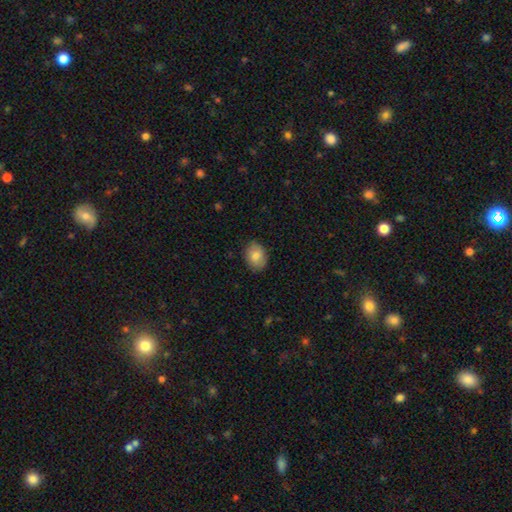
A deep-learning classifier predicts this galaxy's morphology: The model was most divided on "how rounded": in between: 69%, round: 30%, cigar-shaped: 1%. More confident: merging — none (86%); smooth or featured — smooth (83%).